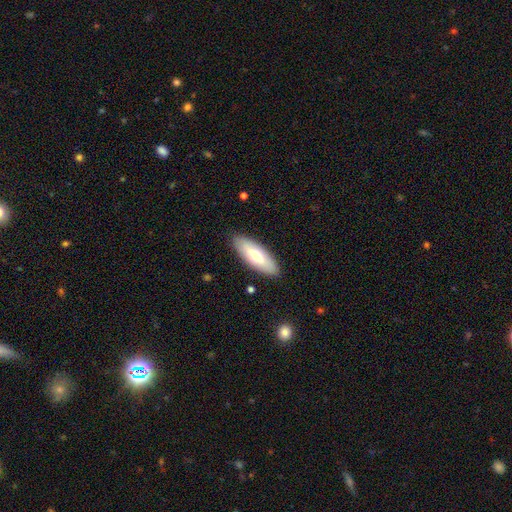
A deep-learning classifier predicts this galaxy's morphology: This appears to be a smooth galaxy with no disk features (64%) that is in between round and cigar-shaped (70%). Merging: none (88%).